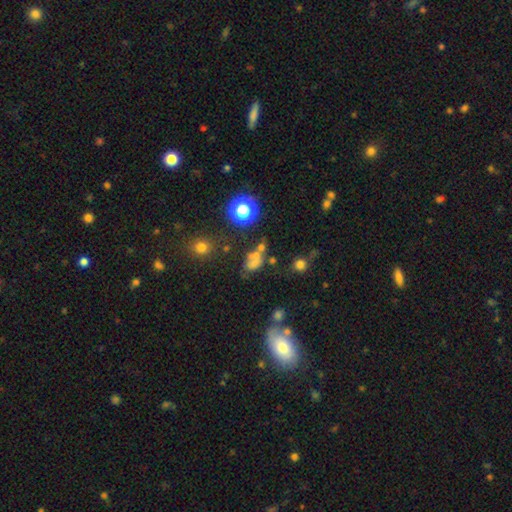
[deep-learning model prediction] Smooth or featured: smooth — 46% (star or artifact — 29%)
Merging: none — 38% (merger — 26%)